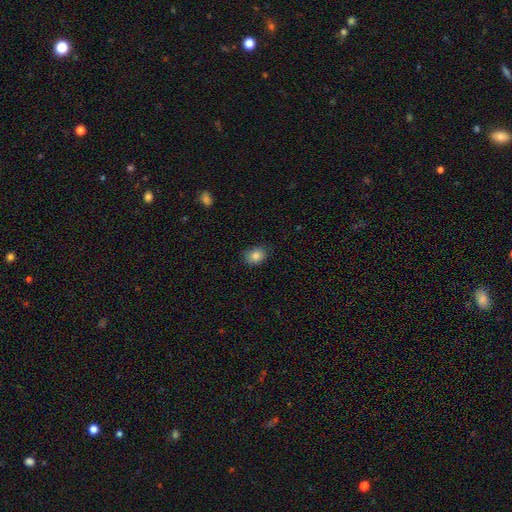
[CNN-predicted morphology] Smooth or featured: smooth — 85% (star or artifact — 9%)
How rounded: in between — 57% (round — 42%)
Merging: none — 80% (minor disturbance — 16%)